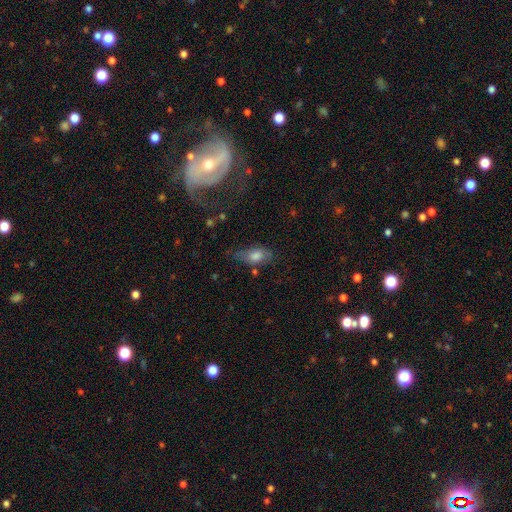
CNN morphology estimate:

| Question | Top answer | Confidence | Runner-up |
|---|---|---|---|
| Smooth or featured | smooth | 67% | featured or disk (23%) |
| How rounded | in between | 81% | cigar-shaped (10%) |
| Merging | none | 54% | minor disturbance (27%) |